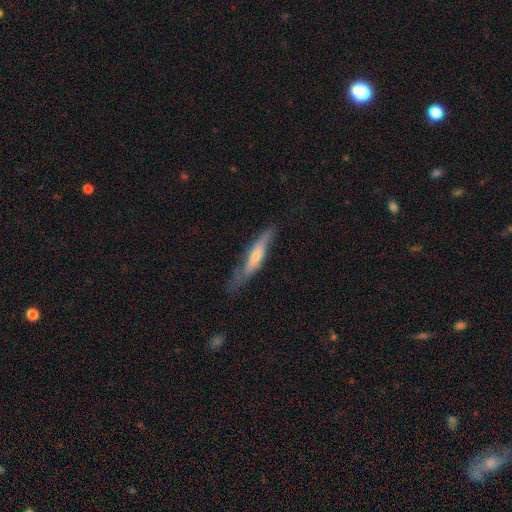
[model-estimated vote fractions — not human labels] Morphology: type=featured or disk (49%); merging=none (58%).